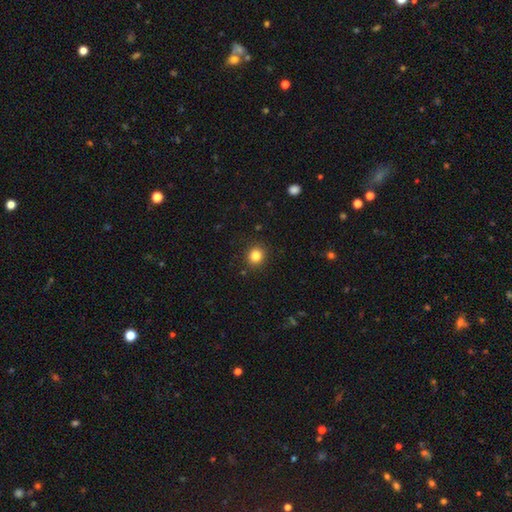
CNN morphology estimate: Q: Smooth or featured?
A: smooth (83%); runner-up: star or artifact (12%)
Q: How rounded?
A: round (85%); runner-up: in between (14%)
Q: Merging?
A: none (91%); runner-up: minor disturbance (6%)